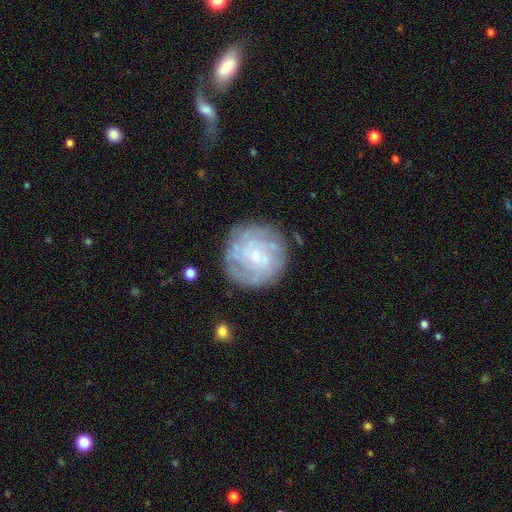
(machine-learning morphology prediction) A featured or disk galaxy (75%) with no bar (56%), tight (71%) spiral arms (90%) and a small central bulge (73%). Merging: none (82%).